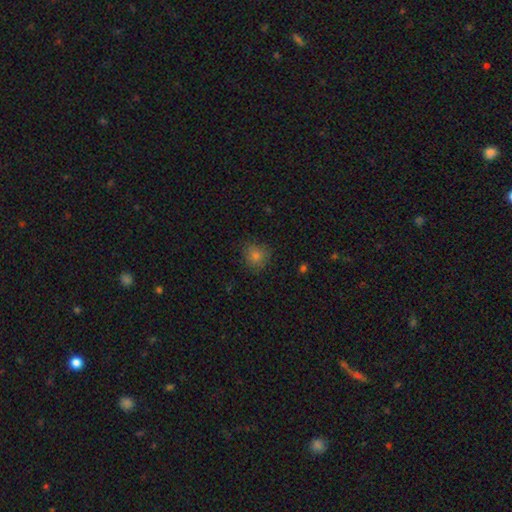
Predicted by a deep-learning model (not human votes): A smooth galaxy with no disk features (79%) that is round (83%).

Vote fractions:
- Smooth or featured? smooth: 79% / star or artifact: 15% / featured or disk: 6%
- How rounded? round: 83% / in between: 16% / cigar-shaped: 1%
- Merging? none: 82% / minor disturbance: 14% / major disturbance: 3% / merger: 1%